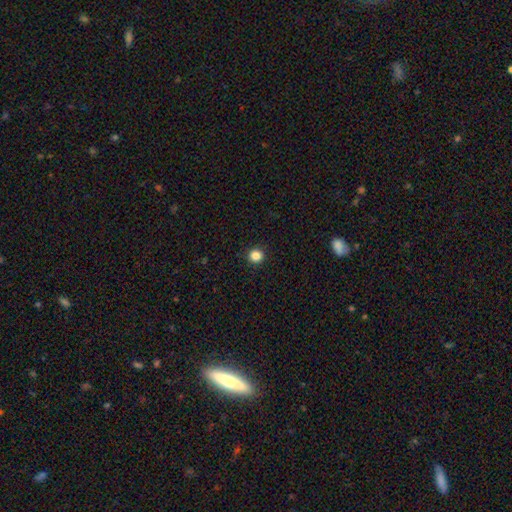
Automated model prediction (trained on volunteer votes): This is clearly a smooth galaxy (85%). How rounded: clearly round (92%). Merging: clearly none (93%).